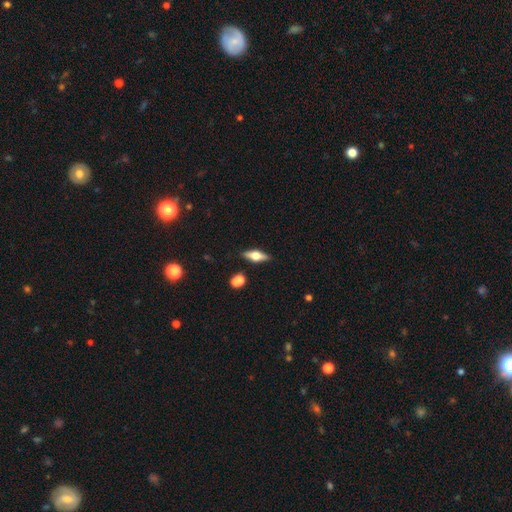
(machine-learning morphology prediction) smooth_or_featured: featured or disk (p=0.57) [alt: smooth p=0.35]
disk_edge_on: yes (p=0.93) [alt: no p=0.07]
edge_on_bulge: rounded (p=0.94) [alt: boxy p=0.05]
merging: none (p=0.86) [alt: minor disturbance p=0.09]